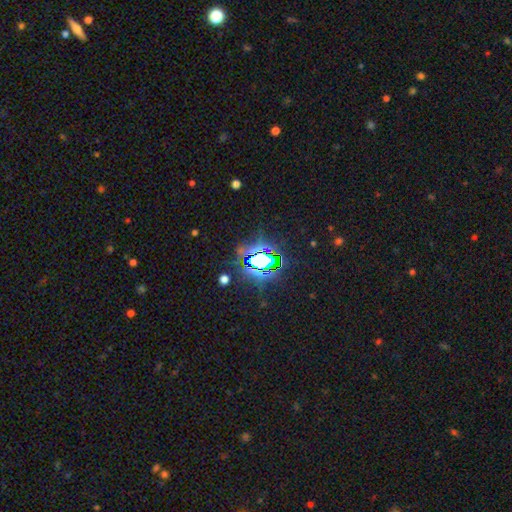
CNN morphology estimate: The model was most divided on "smooth or featured": star or artifact: 79%, smooth: 12%, featured or disk: 9%.